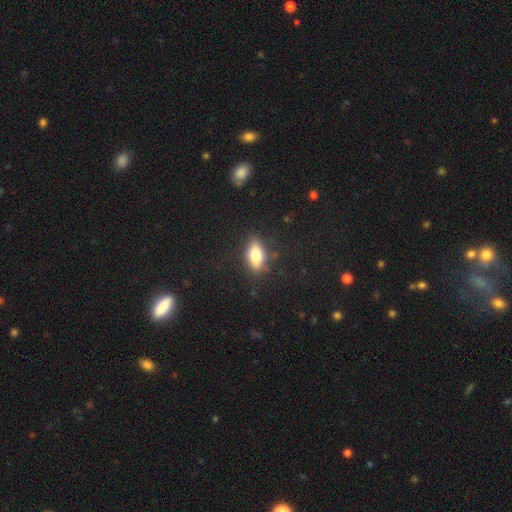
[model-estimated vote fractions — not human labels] A smooth galaxy with no disk features (72%) that is in between round and cigar-shaped (83%). Merging: none (80%).